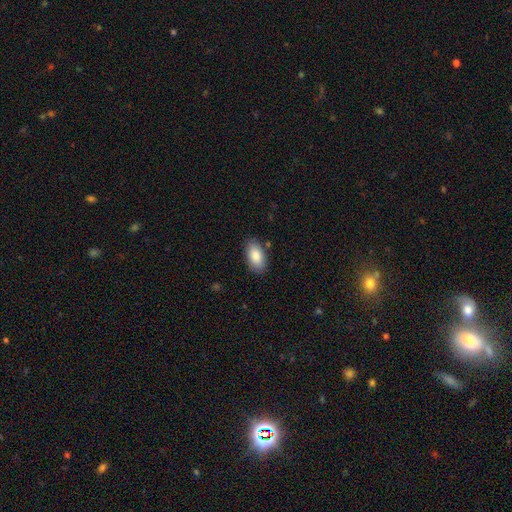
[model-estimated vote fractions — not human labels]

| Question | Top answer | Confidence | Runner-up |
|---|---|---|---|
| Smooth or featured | smooth | 86% | featured or disk (7%) |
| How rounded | in between | 94% | round (3%) |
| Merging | none | 85% | minor disturbance (11%) |